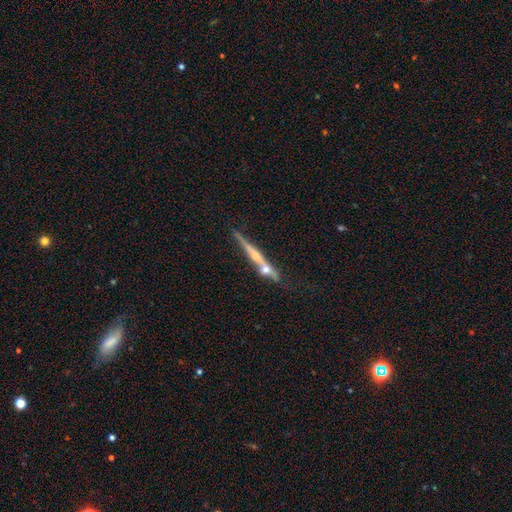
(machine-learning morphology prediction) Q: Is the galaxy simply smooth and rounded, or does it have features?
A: featured or disk — 68%.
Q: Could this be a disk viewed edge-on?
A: yes — 95%.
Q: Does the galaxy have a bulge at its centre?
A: rounded — 62%.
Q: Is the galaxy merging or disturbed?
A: none — 60%.